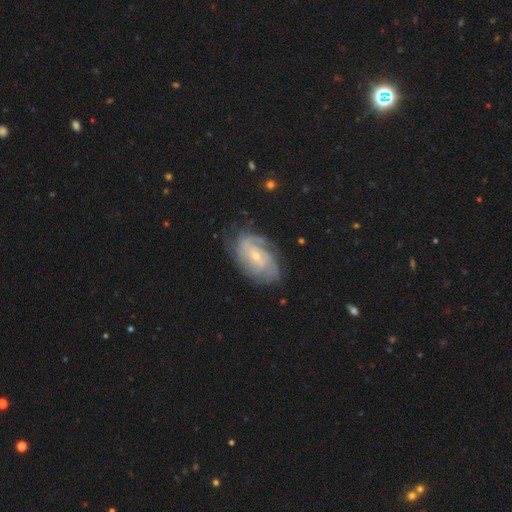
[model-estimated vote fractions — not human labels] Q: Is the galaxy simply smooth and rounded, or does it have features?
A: featured or disk — 78%.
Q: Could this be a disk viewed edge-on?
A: no — 95%.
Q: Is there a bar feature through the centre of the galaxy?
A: no — 60%.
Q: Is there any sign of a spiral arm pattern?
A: yes — 94%.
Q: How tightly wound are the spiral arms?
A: tight — 61%.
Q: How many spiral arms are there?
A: can't tell — 37%.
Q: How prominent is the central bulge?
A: small — 73%.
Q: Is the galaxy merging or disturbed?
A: none — 75%.